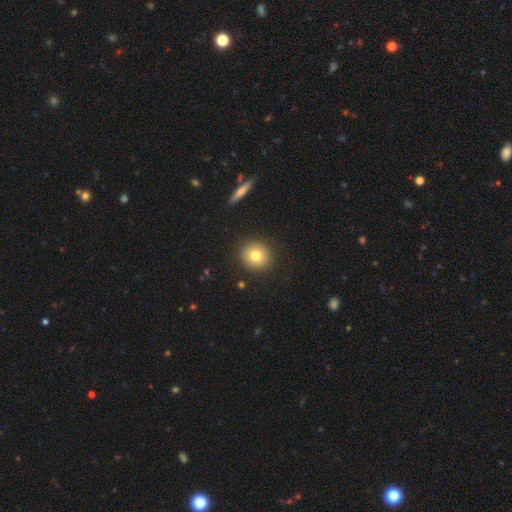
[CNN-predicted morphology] smooth_or_featured: smooth (p=0.78) [alt: featured or disk p=0.12]
how_rounded: round (p=0.90) [alt: in between p=0.09]
merging: none (p=0.89) [alt: minor disturbance p=0.07]